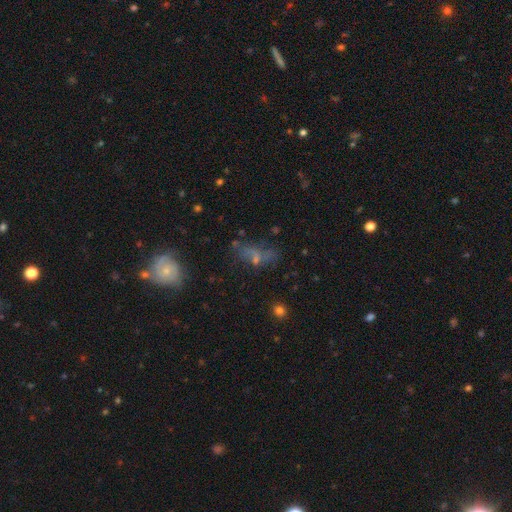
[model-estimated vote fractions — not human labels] Smooth or featured: smooth — 41% (featured or disk — 37%)
Merging: none — 43% (major disturbance — 26%)